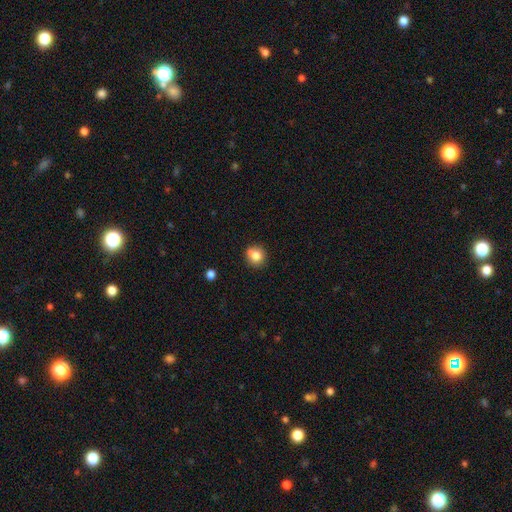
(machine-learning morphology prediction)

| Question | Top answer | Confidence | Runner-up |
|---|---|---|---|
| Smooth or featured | smooth | 79% | star or artifact (11%) |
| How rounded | round | 88% | in between (11%) |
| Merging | none | 71% | minor disturbance (14%) |